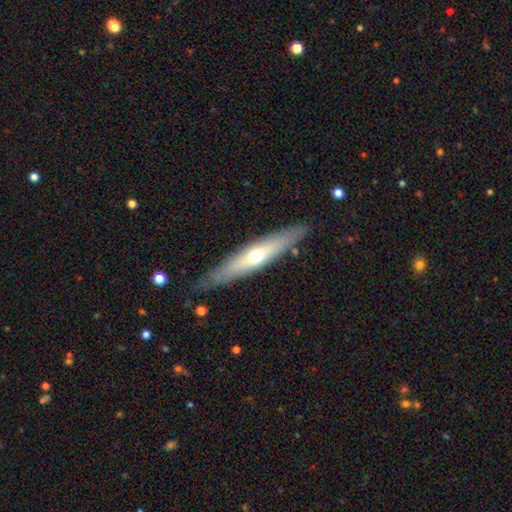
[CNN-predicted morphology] type=featured or disk (53%); edge-on=yes (81%); merging=none (83%).